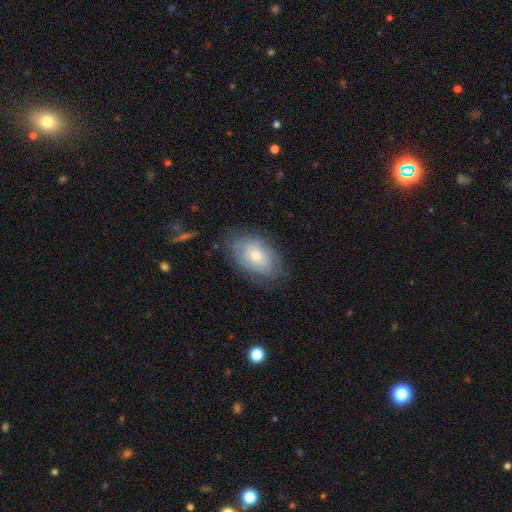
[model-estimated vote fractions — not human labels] The model was most divided on "smooth or featured": smooth: 62%, featured or disk: 31%, star or artifact: 7%. More confident: how rounded — in between (90%); merging — none (74%).